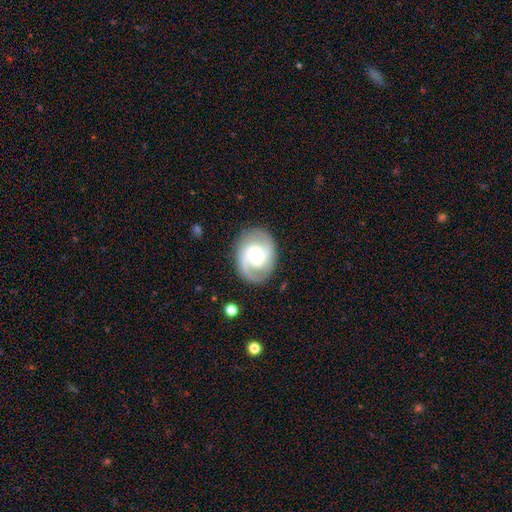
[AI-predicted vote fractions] Overall: featured or disk (85%). Edge-on disk: no (98%). Bar: no (50%; weak 41%). Spiral arms: yes (97%). Spiral arm count: 2 (82%). Spiral winding: medium (51%; tight 34%). Bulge size: moderate (53%; small 30%). Merging: none (82%).